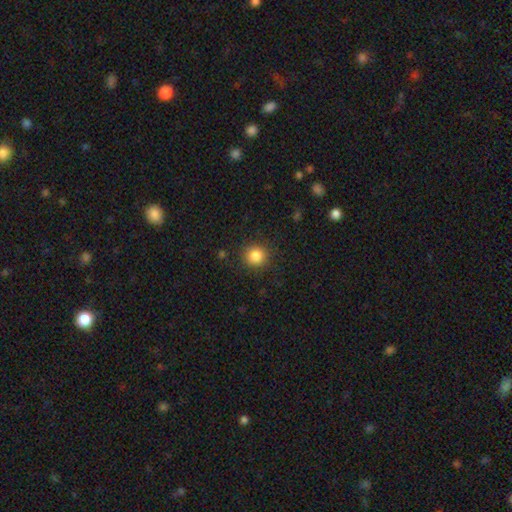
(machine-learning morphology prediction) Smooth or featured? Predicted: smooth (p=0.85). How rounded? Predicted: round (p=0.91). Merging? Predicted: none (p=0.88).